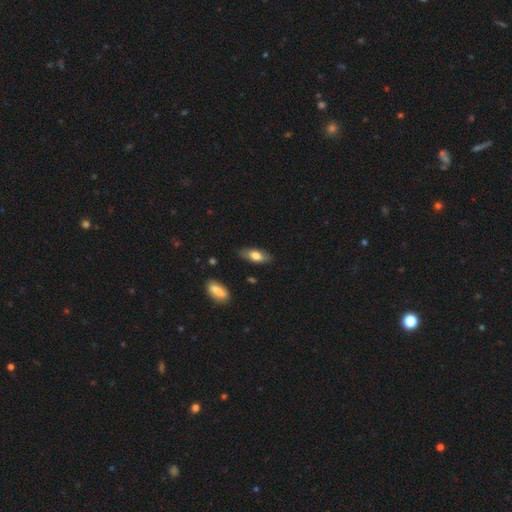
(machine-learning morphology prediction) Smooth or featured: smooth — 72% (featured or disk — 21%)
How rounded: in between — 80% (cigar-shaped — 17%)
Merging: none — 81% (minor disturbance — 15%)